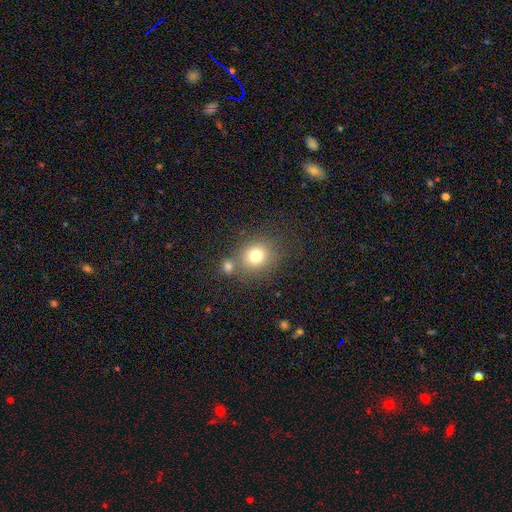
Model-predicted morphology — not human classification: The model was most divided on "merging": none: 64%, merger: 21%, minor disturbance: 11%, major disturbance: 4%. More confident: how rounded — round (78%); smooth or featured — smooth (76%).